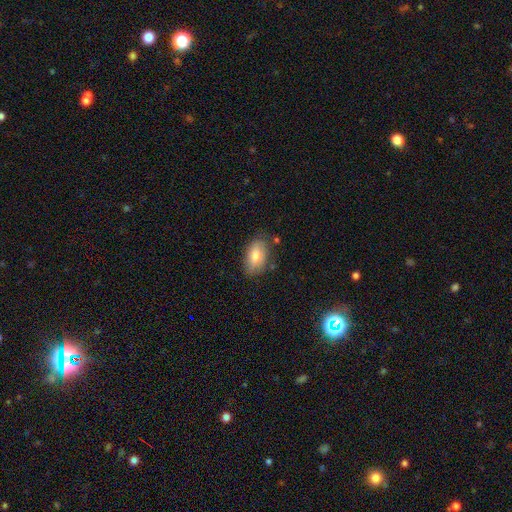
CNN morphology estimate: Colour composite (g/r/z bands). It shows a smooth galaxy with no disk features (76%) that is in between round and cigar-shaped (92%). Merging: none (76%).